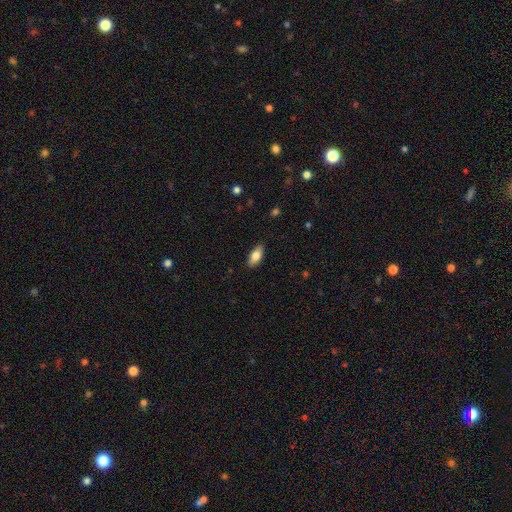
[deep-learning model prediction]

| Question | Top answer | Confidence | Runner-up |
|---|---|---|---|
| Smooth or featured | smooth | 80% | featured or disk (14%) |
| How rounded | in between | 86% | cigar-shaped (11%) |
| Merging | none | 88% | minor disturbance (9%) |